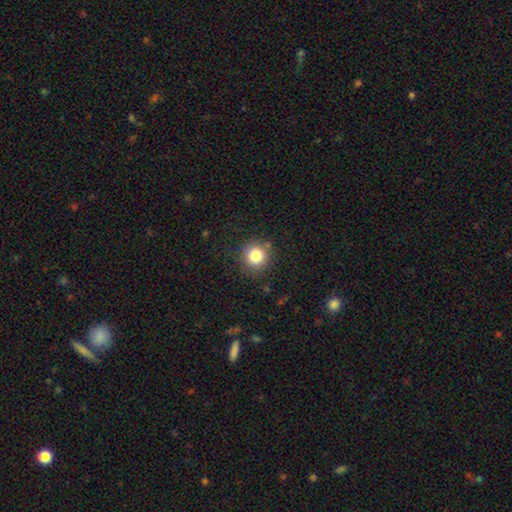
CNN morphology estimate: smooth-or-featured: smooth: 81% | star or artifact: 12% | featured or disk: 7%
  how-rounded: round: 93% | in between: 6% | cigar-shaped: 1%
  merging: none: 85% | minor disturbance: 10% | major disturbance: 3% | merger: 2%